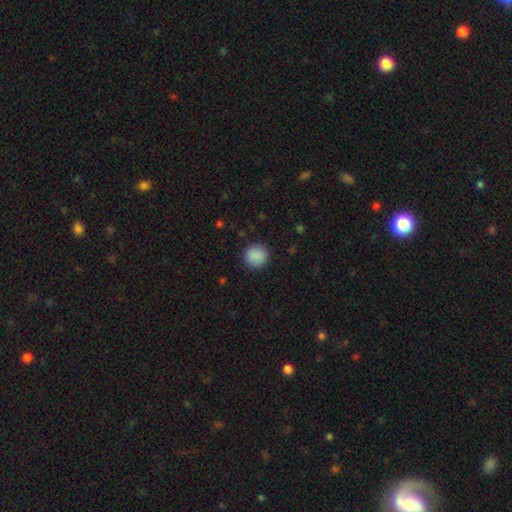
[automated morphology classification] A smooth galaxy with no disk features (89%) that is round (94%).

Vote fractions:
- Smooth or featured? smooth: 89% / star or artifact: 8% / featured or disk: 3%
- How rounded? round: 94% / in between: 5% / cigar-shaped: 1%
- Merging? none: 91% / minor disturbance: 6% / major disturbance: 2% / merger: 1%